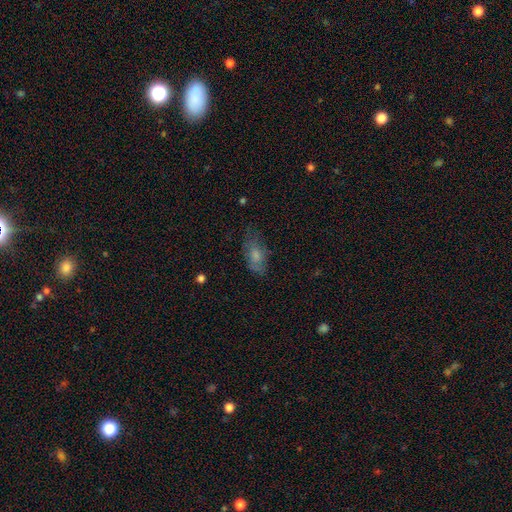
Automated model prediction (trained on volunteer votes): This is likely a smooth galaxy (68%). How rounded: clearly in between (87%). Merging: possibly none (57%).